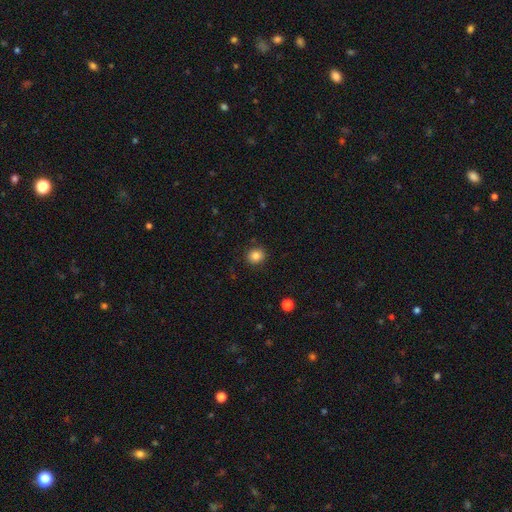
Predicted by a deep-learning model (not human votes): The model was most divided on "how rounded": round: 84%, in between: 15%, cigar-shaped: 1%. More confident: merging — none (90%); smooth or featured — smooth (84%).